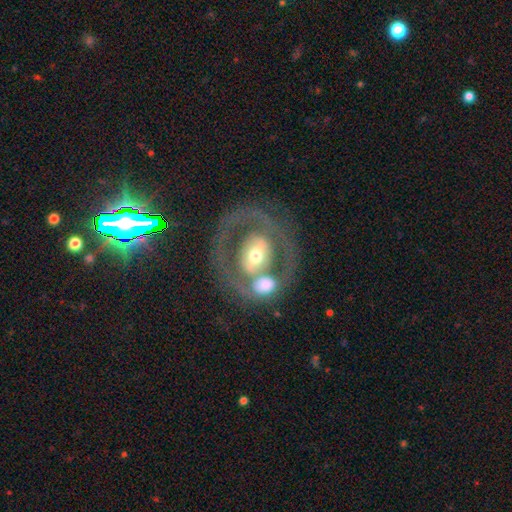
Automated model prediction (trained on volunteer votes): Smooth or featured? featured or disk (67%)
Edge-on disk? no (94%)
Bar? no (53%)
Spiral arms? no (70%)
Bulge size? moderate (65%)
Merging? none (50%)